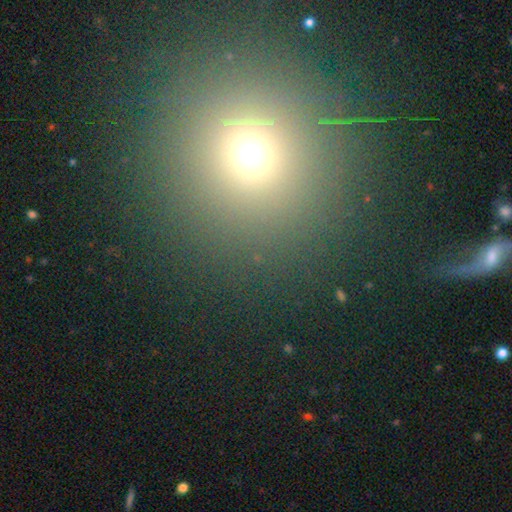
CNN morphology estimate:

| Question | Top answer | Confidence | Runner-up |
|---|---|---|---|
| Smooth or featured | smooth | 61% | star or artifact (29%) |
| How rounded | round | 95% | in between (4%) |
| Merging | none | 86% | minor disturbance (6%) |